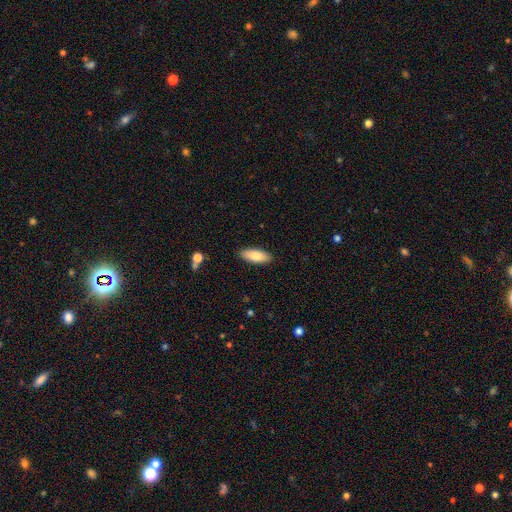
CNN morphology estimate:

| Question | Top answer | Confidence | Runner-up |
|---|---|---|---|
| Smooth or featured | smooth | 80% | featured or disk (14%) |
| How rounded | in between | 74% | cigar-shaped (24%) |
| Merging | none | 89% | minor disturbance (8%) |